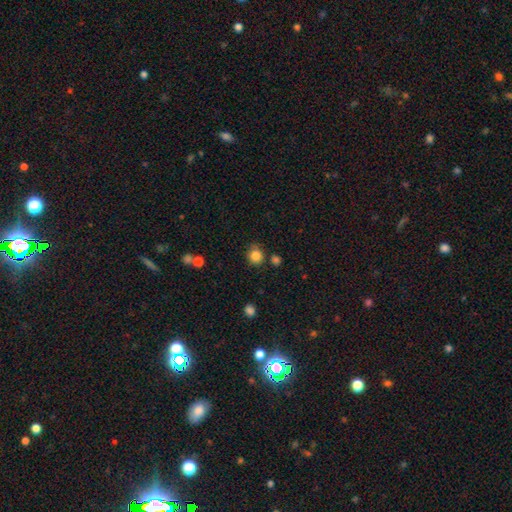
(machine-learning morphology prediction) Smooth or featured: smooth — 84% (star or artifact — 11%)
How rounded: round — 87% (in between — 12%)
Merging: none — 77% (minor disturbance — 14%)